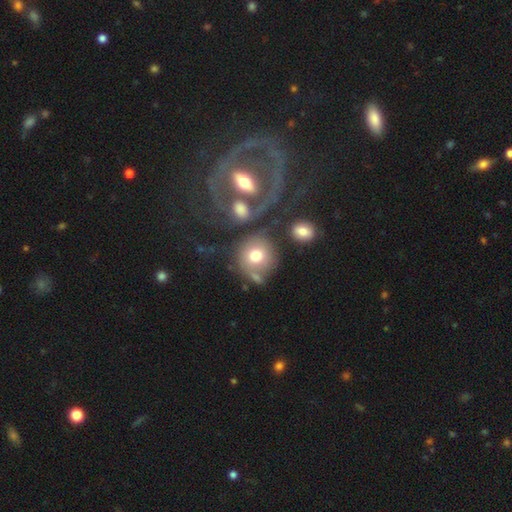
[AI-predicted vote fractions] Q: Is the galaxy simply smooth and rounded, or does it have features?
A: smooth — 63%.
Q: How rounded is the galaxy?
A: round — 83%.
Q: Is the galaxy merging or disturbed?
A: none — 44%.